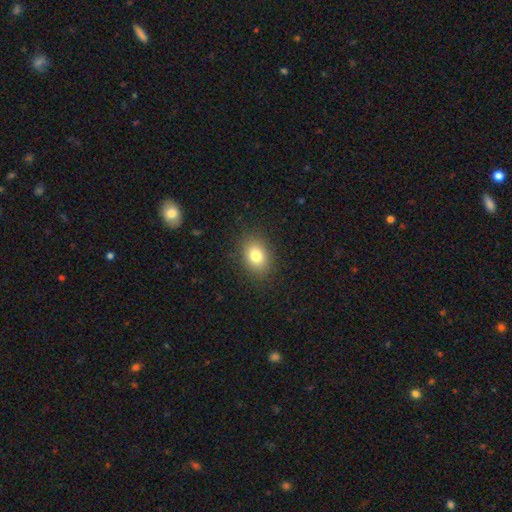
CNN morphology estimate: The model was most divided on "how rounded": in between: 67%, round: 32%, cigar-shaped: 1%. More confident: merging — none (87%); smooth or featured — smooth (80%).